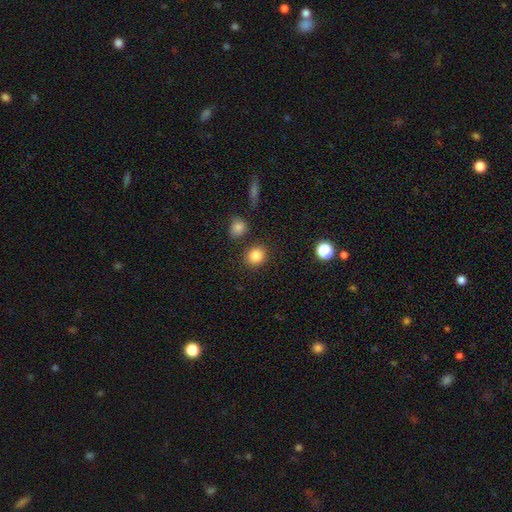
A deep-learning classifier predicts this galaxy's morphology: Smooth or featured?
  - smooth: 85% *
  - star or artifact: 11%
  - featured or disk: 5%
How rounded?
  - round: 80% *
  - in between: 19%
  - cigar-shaped: 1%
Merging?
  - none: 83% *
  - minor disturbance: 8%
  - merger: 6%
  - major disturbance: 3%